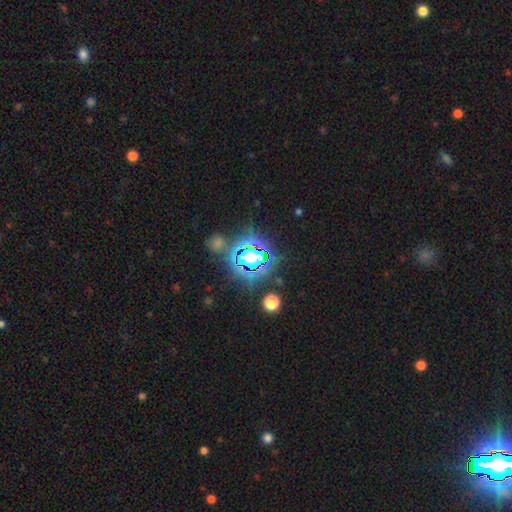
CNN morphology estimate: Q: Smooth or featured?
A: star or artifact (77%); runner-up: smooth (14%)